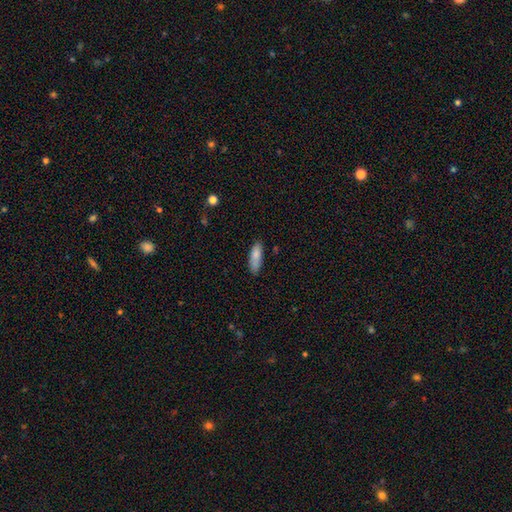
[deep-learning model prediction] smooth 84%, featured or disk 10%, star or artifact 6%. Down the decision tree: how rounded — in between (58%); merging — none (79%).